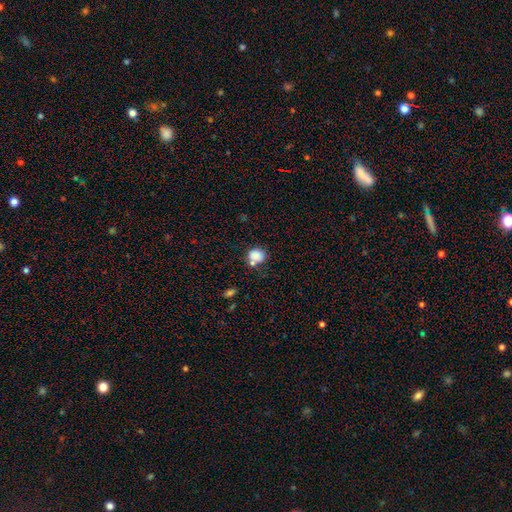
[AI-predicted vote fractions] The model was most divided on "how rounded": round: 66%, in between: 33%, cigar-shaped: 1%. More confident: smooth or featured — smooth (83%); merging — none (56%).